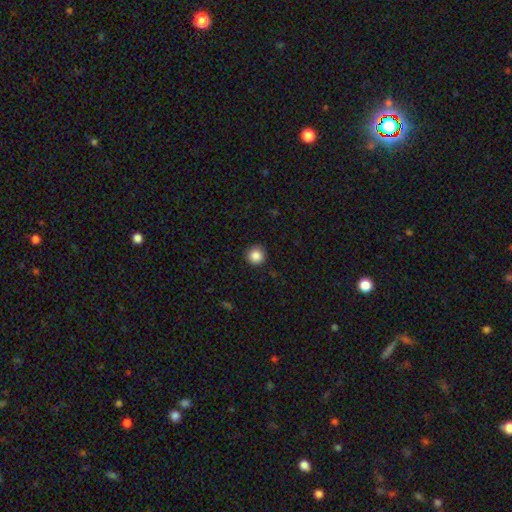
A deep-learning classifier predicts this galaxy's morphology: smooth 87%, star or artifact 10%, featured or disk 3%. Down the decision tree: how rounded — round (95%); merging — none (89%).